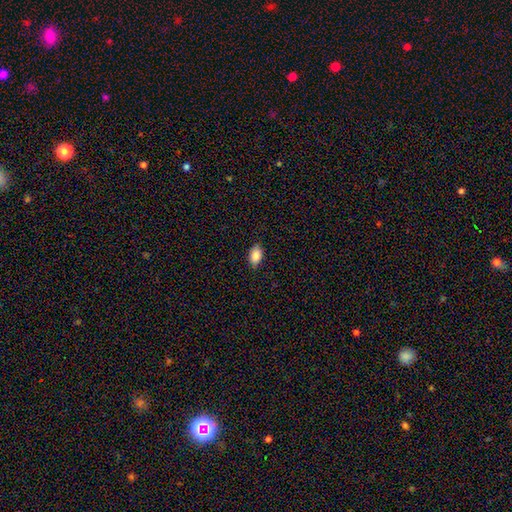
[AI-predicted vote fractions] Overall: smooth (87%). How rounded: in between (91%). Merging: none (86%).